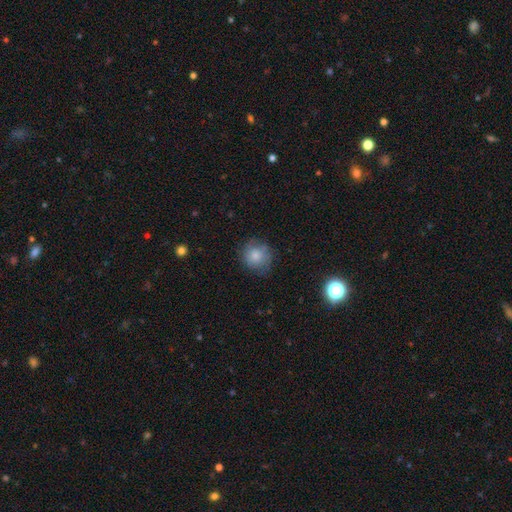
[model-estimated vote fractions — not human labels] This is likely a smooth galaxy (80%). How rounded: clearly round (88%). Merging: likely none (72%).